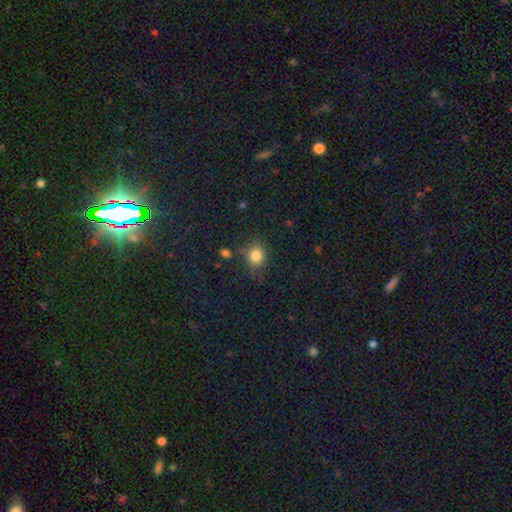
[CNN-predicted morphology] type=smooth (81%); roundness=round (70%); merging=none (70%).